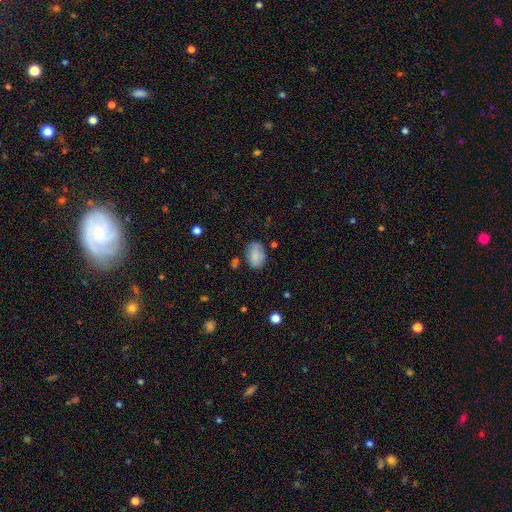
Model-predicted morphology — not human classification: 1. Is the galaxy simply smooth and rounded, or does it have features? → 82% smooth, 10% featured or disk, 8% star or artifact.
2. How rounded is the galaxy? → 85% in between, 14% round, 1% cigar-shaped.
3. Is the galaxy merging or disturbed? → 72% none, 20% minor disturbance, 5% major disturbance, 4% merger.